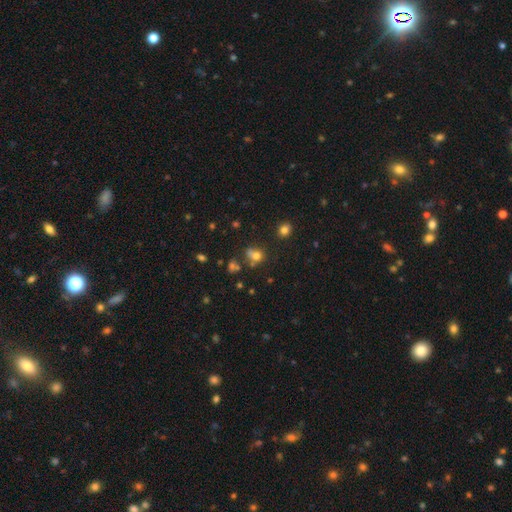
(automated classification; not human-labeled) Overall: smooth (69%). How rounded: round (62%; in between 36%). Merging: none (43%; merger 27%).